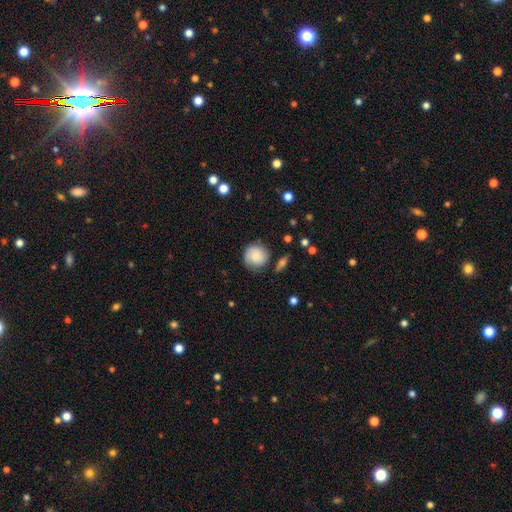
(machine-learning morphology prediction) smooth-or-featured: smooth: 76% | featured or disk: 16% | star or artifact: 8%
  how-rounded: round: 91% | in between: 8% | cigar-shaped: 1%
  merging: none: 73% | minor disturbance: 19% | major disturbance: 5% | merger: 3%